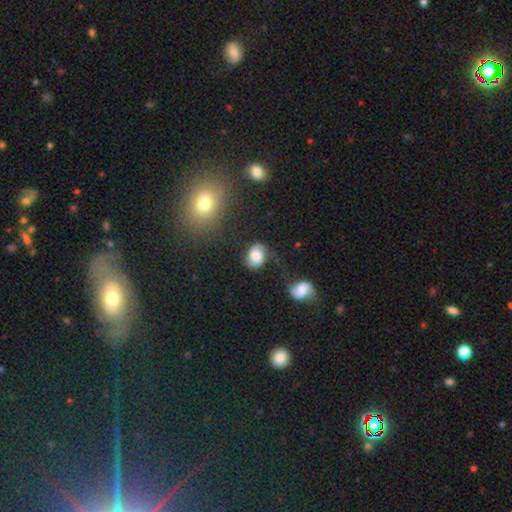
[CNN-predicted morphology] Smooth or featured? smooth (66%)
How rounded? in between (61%)
Merging? none (60%)